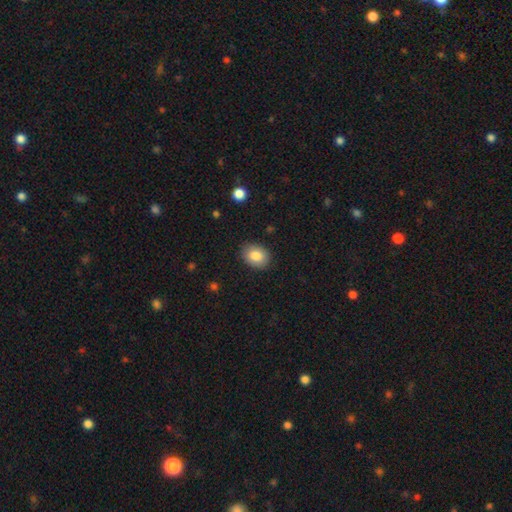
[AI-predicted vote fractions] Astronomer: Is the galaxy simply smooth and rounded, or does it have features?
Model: smooth — 84%.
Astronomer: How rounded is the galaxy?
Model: in between — 64%.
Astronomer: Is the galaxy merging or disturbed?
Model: none — 86%.